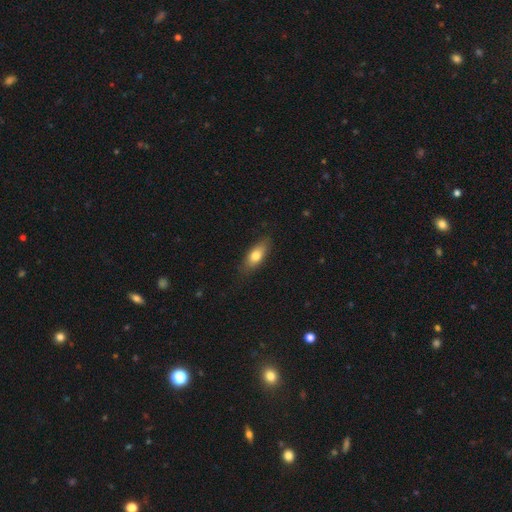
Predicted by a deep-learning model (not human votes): A smooth galaxy with no disk features (73%) that is in between round and cigar-shaped (72%).

Vote fractions:
- Smooth or featured? smooth: 73% / featured or disk: 20% / star or artifact: 7%
- How rounded? in between: 72% / cigar-shaped: 24% / round: 4%
- Merging? none: 81% / minor disturbance: 15% / major disturbance: 3% / merger: 1%